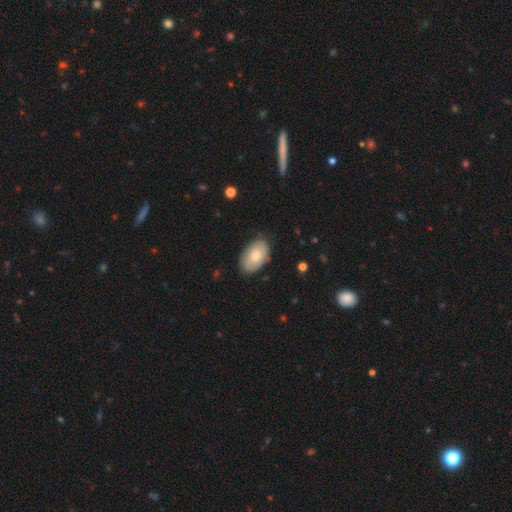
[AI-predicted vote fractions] Morphology: type=smooth (76%); roundness=in between (92%); merging=none (81%).